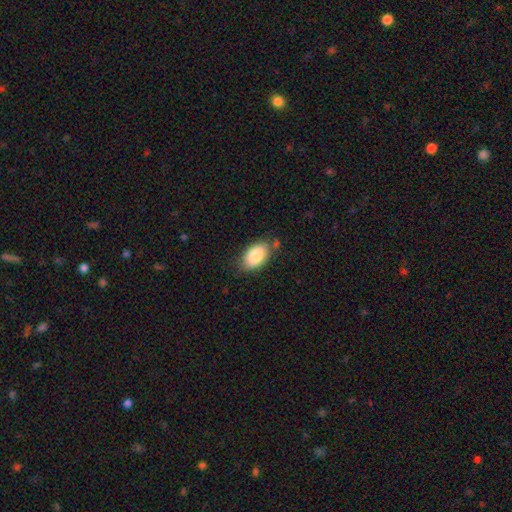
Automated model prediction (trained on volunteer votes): Smooth or featured: smooth — 86% (featured or disk — 7%)
How rounded: in between — 93% (round — 5%)
Merging: none — 74% (minor disturbance — 18%)